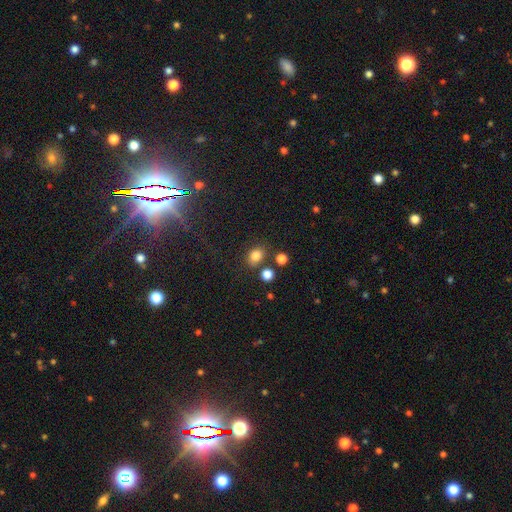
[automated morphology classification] type=smooth (81%); roundness=in between (51%); merging=none (72%).